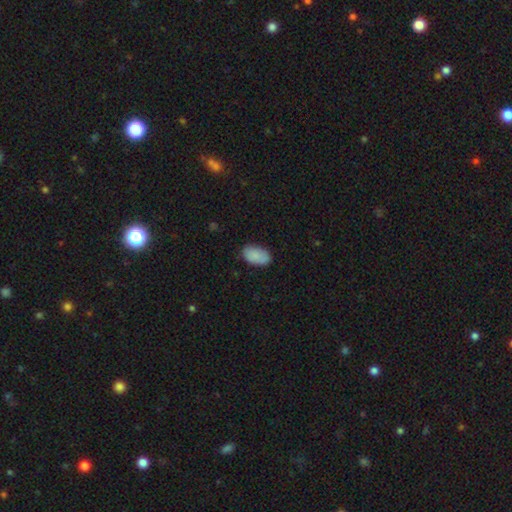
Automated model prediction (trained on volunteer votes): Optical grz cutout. It shows a smooth galaxy with no disk features (88%) that is in between round and cigar-shaped (94%). Merging: none (82%).